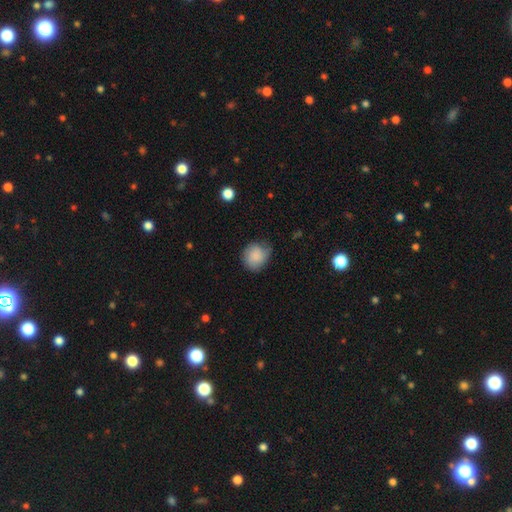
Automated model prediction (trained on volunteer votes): A smooth galaxy with no disk features (79%) that is round (74%).

Vote fractions:
- Smooth or featured? smooth: 79% / featured or disk: 14% / star or artifact: 7%
- How rounded? round: 74% / in between: 25% / cigar-shaped: 1%
- Merging? none: 60% / minor disturbance: 30% / major disturbance: 8% / merger: 2%